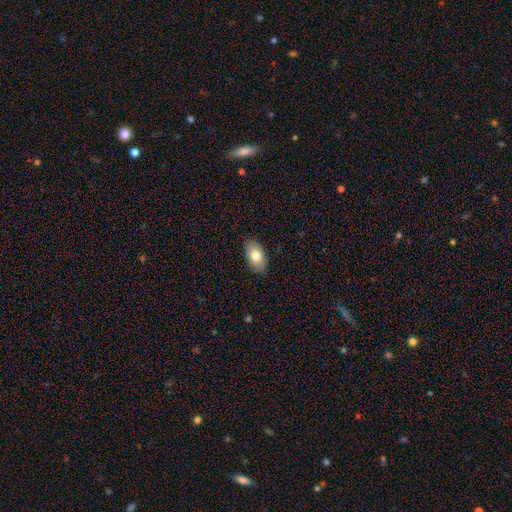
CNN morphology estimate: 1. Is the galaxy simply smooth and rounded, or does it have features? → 76% smooth, 16% featured or disk, 7% star or artifact.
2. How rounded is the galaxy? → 93% in between, 5% round, 2% cigar-shaped.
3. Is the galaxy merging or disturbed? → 86% none, 11% minor disturbance, 2% major disturbance, 1% merger.